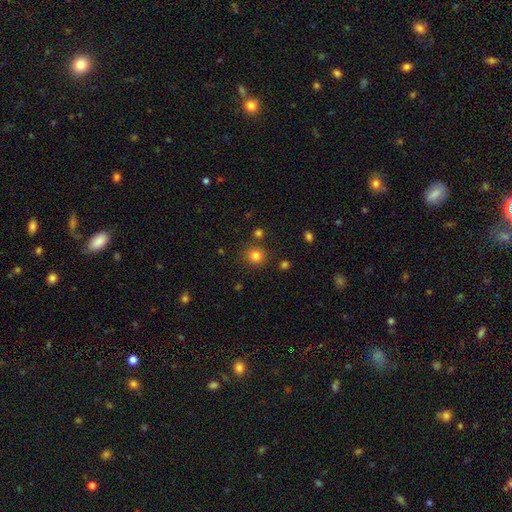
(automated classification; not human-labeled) smooth_or_featured: smooth (p=0.81) [alt: star or artifact p=0.14]
how_rounded: round (p=0.90) [alt: in between p=0.09]
merging: none (p=0.83) [alt: minor disturbance p=0.08]